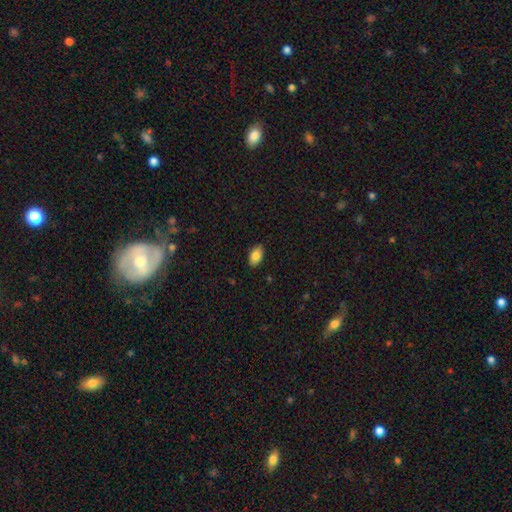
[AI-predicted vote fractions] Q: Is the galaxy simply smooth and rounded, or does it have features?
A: smooth — 84%.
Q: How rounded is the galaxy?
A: in between — 92%.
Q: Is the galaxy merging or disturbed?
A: none — 88%.